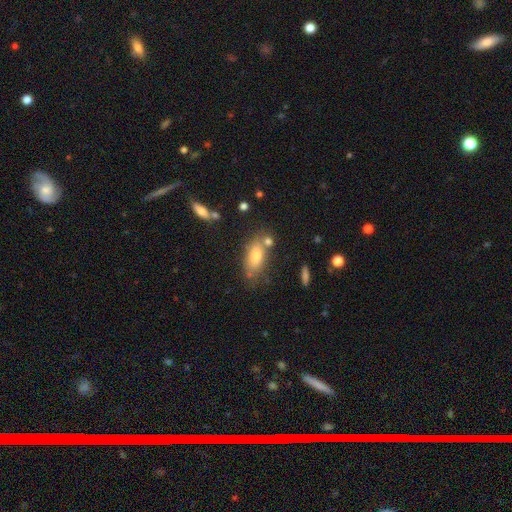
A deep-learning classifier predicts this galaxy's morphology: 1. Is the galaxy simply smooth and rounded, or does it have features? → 77% smooth, 15% featured or disk, 8% star or artifact.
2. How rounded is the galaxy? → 84% in between, 12% cigar-shaped, 4% round.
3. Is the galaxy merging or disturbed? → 64% none, 17% minor disturbance, 13% merger, 6% major disturbance.